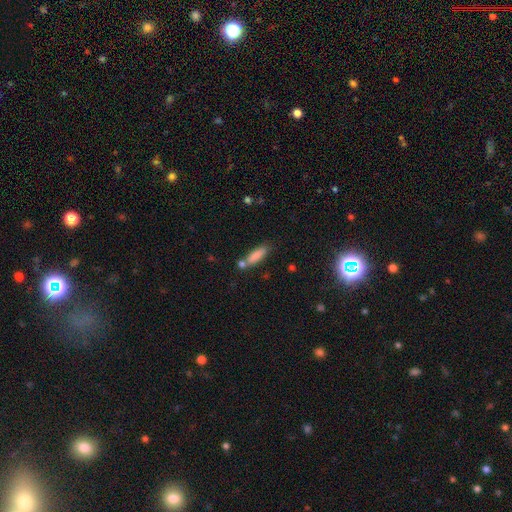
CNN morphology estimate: This appears to be a smooth galaxy with no disk features (84%) that is cigar-shaped (54%). Merging: none (64%).